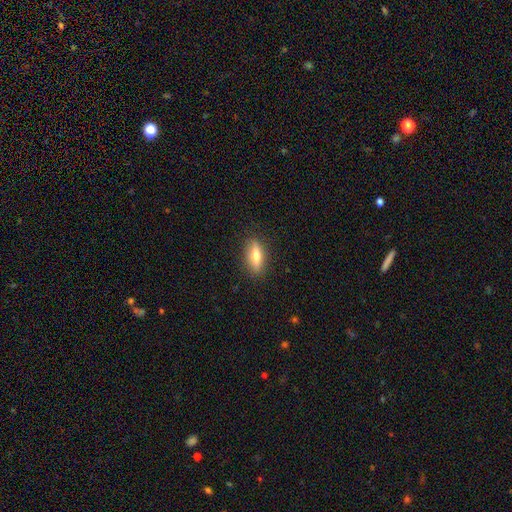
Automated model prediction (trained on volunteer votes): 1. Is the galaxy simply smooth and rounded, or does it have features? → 57% smooth, 36% featured or disk, 7% star or artifact.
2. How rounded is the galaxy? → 51% in between, 45% cigar-shaped, 4% round.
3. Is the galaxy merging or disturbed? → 87% none, 10% minor disturbance, 3% major disturbance, 1% merger.